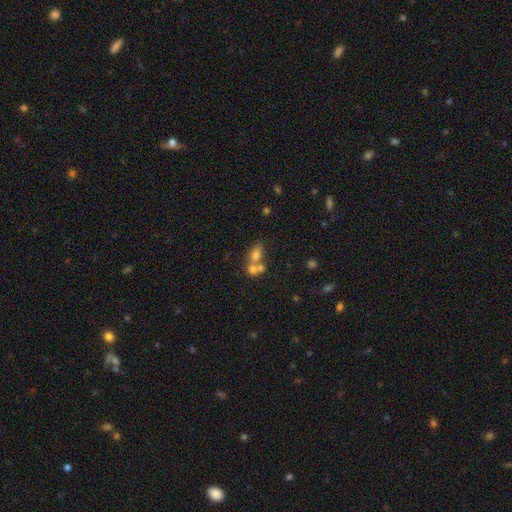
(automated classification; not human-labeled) Smooth or featured? smooth (56%)
How rounded? in between (50%)
Merging? merger (47%)